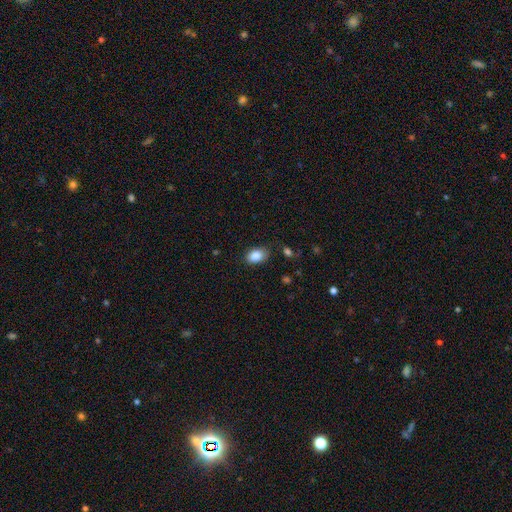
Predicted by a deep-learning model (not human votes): smooth 87%, star or artifact 8%, featured or disk 5%. Down the decision tree: how rounded — in between (83%); merging — none (79%).